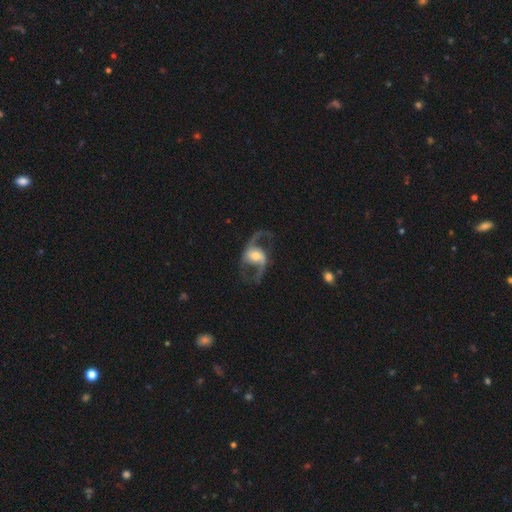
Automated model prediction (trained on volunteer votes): This appears to be a featured or disk galaxy (87%) with no bar (38%), 2 (92%) loose (59%) spiral arms (94%) and a moderate central bulge (56%). Merging: none (71%).